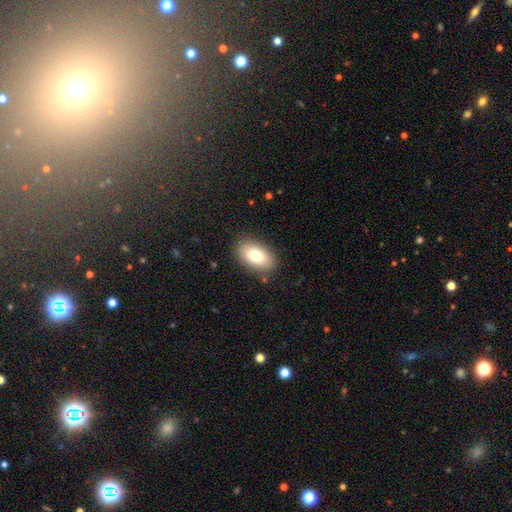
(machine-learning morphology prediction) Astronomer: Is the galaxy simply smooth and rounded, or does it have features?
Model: smooth — 79%.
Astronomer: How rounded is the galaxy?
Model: in between — 92%.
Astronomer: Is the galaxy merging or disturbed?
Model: none — 86%.